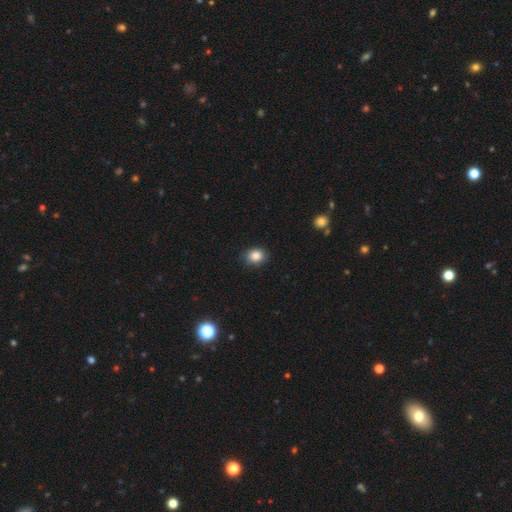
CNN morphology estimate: smooth 85%, star or artifact 10%, featured or disk 5%. Down the decision tree: how rounded — round (62%); merging — none (86%).